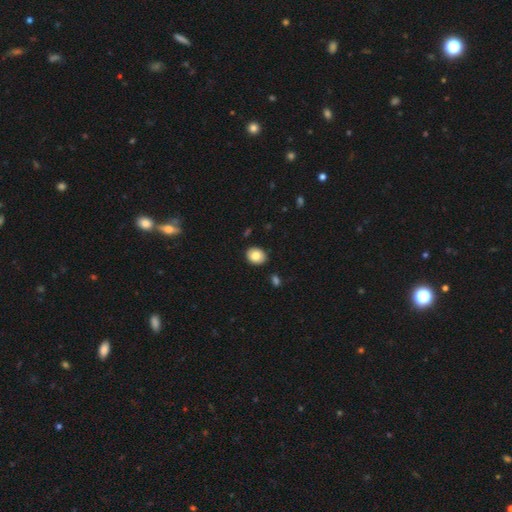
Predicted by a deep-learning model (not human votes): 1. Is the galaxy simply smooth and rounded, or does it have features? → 83% smooth, 9% featured or disk, 8% star or artifact.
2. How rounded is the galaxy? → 52% in between, 47% round, 1% cigar-shaped.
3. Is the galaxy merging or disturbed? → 88% none, 8% minor disturbance, 2% major disturbance, 2% merger.